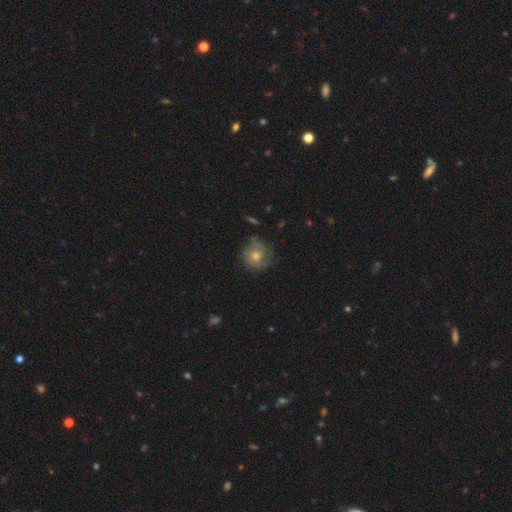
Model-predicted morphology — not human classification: A smooth galaxy with no disk features (46%).

Vote fractions:
- Smooth or featured? smooth: 46% / featured or disk: 42% / star or artifact: 12%
- Merging? none: 74% / minor disturbance: 18% / major disturbance: 6% / merger: 2%